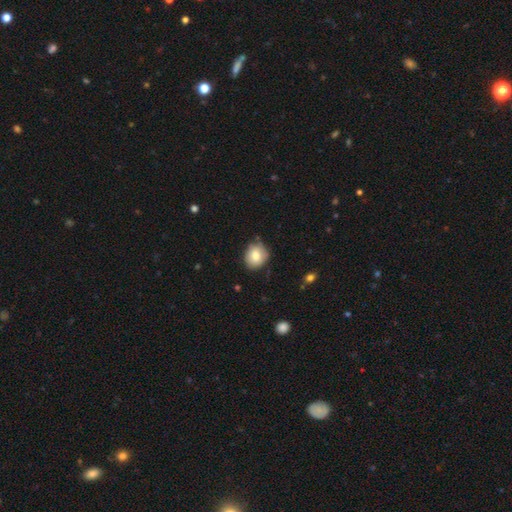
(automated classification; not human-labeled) Smooth or featured: smooth — 81% (featured or disk — 11%)
How rounded: round — 73% (in between — 26%)
Merging: none — 77% (minor disturbance — 18%)